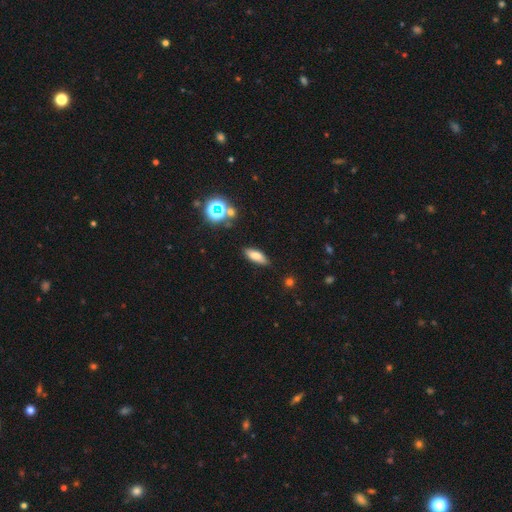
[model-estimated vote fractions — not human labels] This is likely a smooth galaxy (76%). How rounded: likely in between (70%). Merging: clearly none (84%).